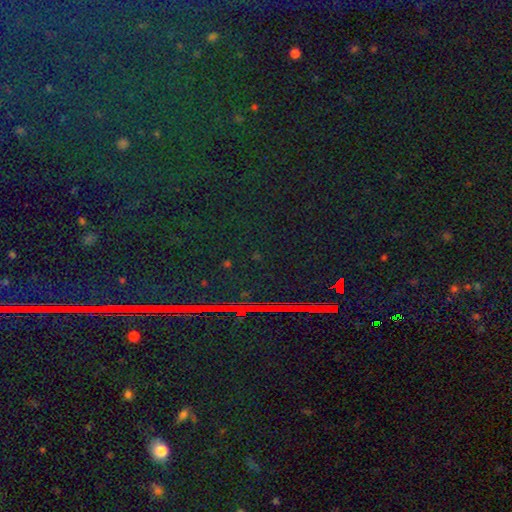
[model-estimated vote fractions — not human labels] The model was most divided on "smooth or featured": star or artifact: 86%, featured or disk: 7%, smooth: 6%.